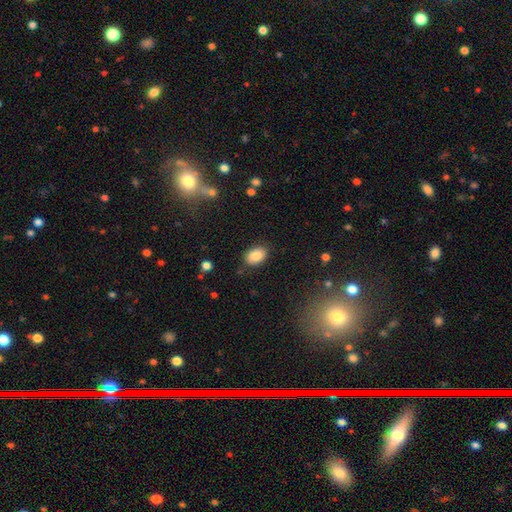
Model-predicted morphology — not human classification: smooth_or_featured: smooth (p=0.86) [alt: star or artifact p=0.08]
how_rounded: in between (p=0.86) [alt: round p=0.13]
merging: none (p=0.83) [alt: minor disturbance p=0.12]